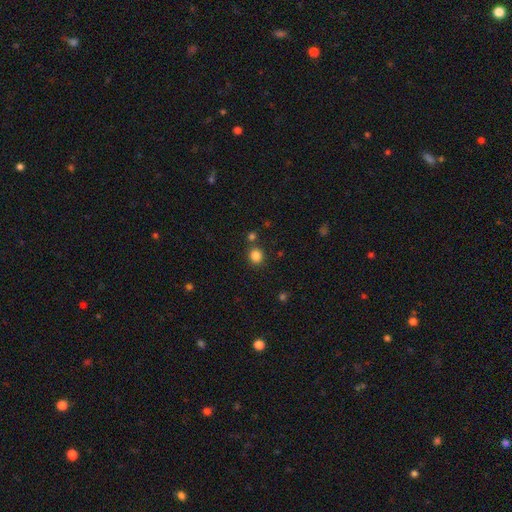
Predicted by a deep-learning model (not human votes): Smooth or featured? Predicted: smooth (p=0.84). How rounded? Predicted: round (p=0.85). Merging? Predicted: none (p=0.81).